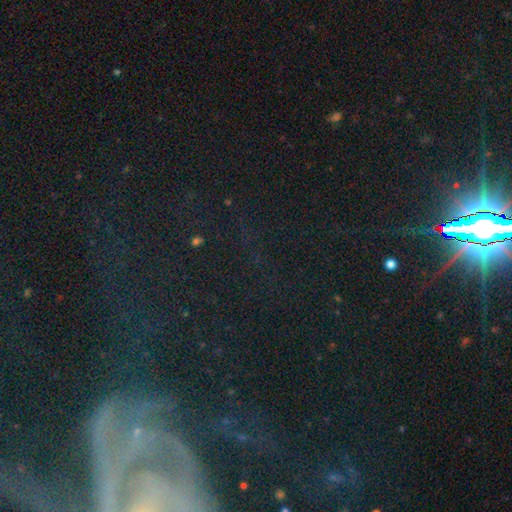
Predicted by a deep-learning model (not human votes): This appears to be a star or artifact, not a galaxy (58%).